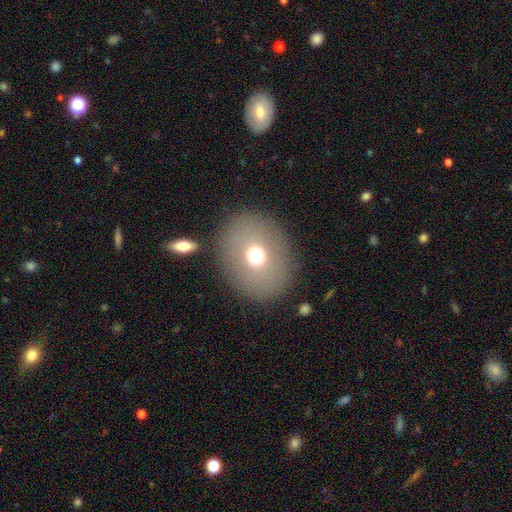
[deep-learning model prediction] smooth_or_featured: smooth (p=0.66) [alt: featured or disk p=0.21]
how_rounded: round (p=0.50) [alt: in between p=0.49]
merging: none (p=0.85) [alt: minor disturbance p=0.08]